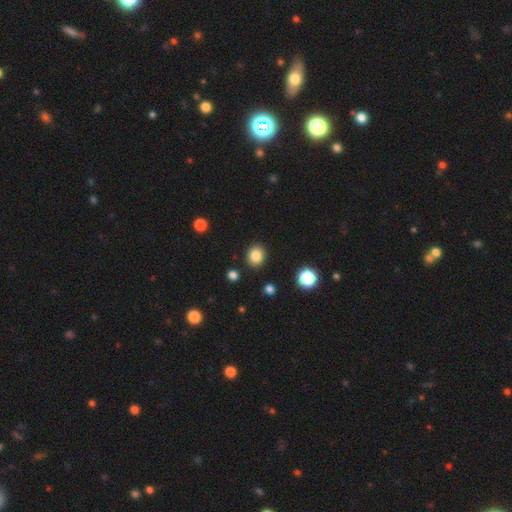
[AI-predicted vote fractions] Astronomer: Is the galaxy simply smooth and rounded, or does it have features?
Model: smooth — 85%.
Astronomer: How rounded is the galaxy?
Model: round — 68%.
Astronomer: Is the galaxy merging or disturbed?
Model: none — 89%.